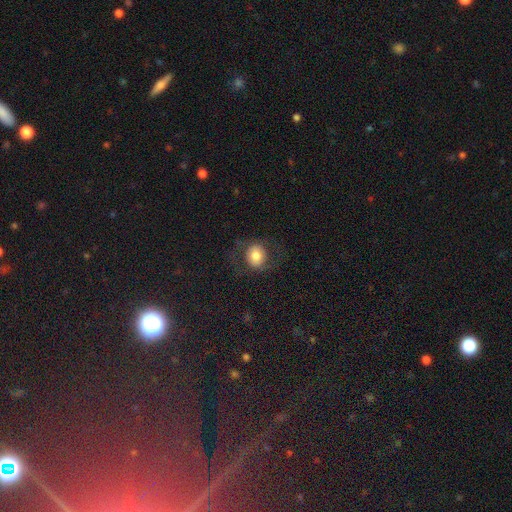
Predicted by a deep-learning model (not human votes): Q: Smooth or featured?
A: smooth (71%); runner-up: featured or disk (20%)
Q: How rounded?
A: round (70%); runner-up: in between (29%)
Q: Merging?
A: none (73%); runner-up: minor disturbance (14%)